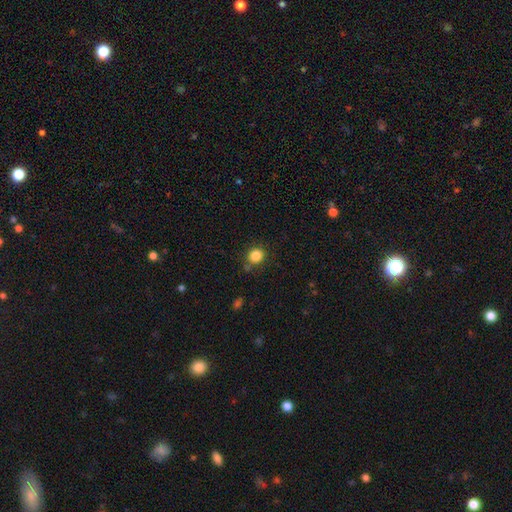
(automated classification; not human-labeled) Smooth or featured? smooth (84%)
How rounded? round (83%)
Merging? none (80%)